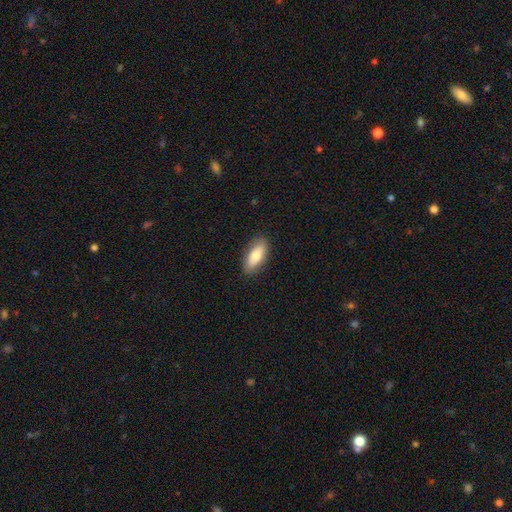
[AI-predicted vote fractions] This appears to be a smooth galaxy with no disk features (76%) that is in between round and cigar-shaped (79%). Merging: none (87%).